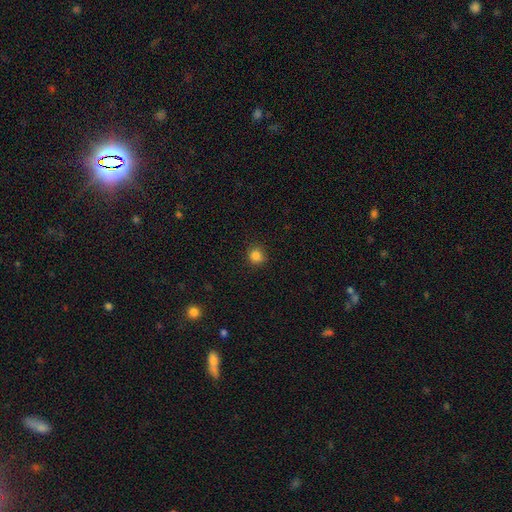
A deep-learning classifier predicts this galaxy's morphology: Q: Smooth or featured?
A: smooth (84%); runner-up: star or artifact (12%)
Q: How rounded?
A: round (88%); runner-up: in between (11%)
Q: Merging?
A: none (88%); runner-up: minor disturbance (9%)